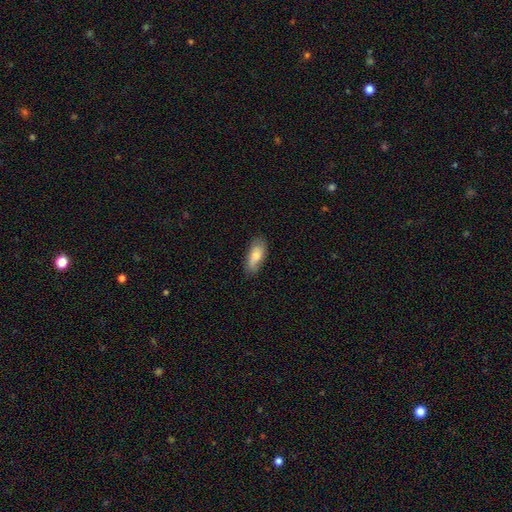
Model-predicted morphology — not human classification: smooth 72%, featured or disk 21%, star or artifact 6%. Down the decision tree: how rounded — in between (84%); merging — none (73%).